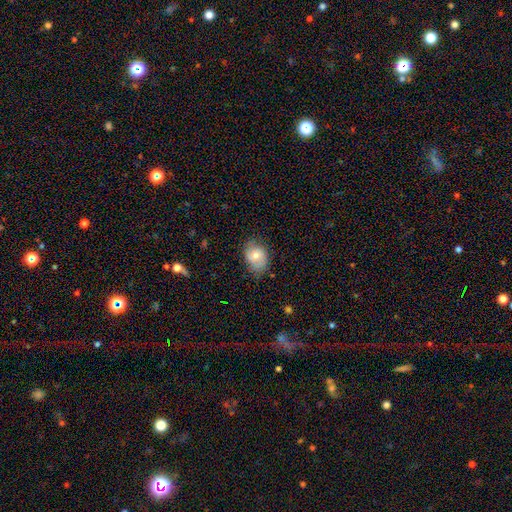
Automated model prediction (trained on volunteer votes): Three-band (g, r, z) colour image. It shows a smooth galaxy with no disk features (66%) that is in between round and cigar-shaped (72%). Merging: none (69%).